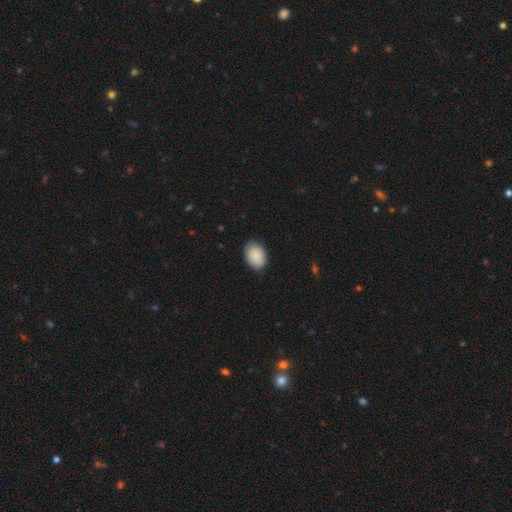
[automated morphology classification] Overall: smooth (88%). How rounded: in between (82%). Merging: none (81%).